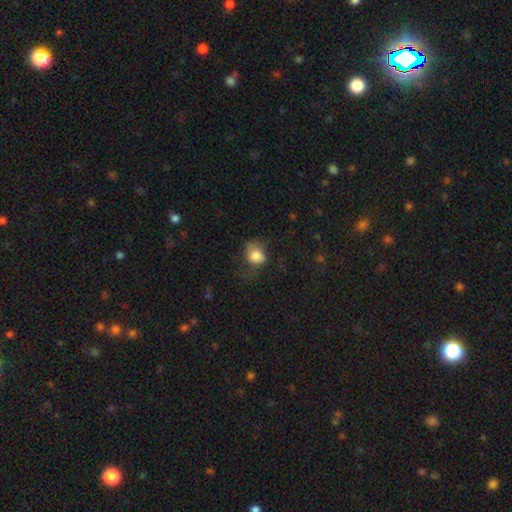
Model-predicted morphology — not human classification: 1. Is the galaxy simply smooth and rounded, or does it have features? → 80% smooth, 11% featured or disk, 9% star or artifact.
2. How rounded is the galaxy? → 55% round, 44% in between, 1% cigar-shaped.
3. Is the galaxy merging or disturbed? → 40% none, 30% minor disturbance, 28% major disturbance, 2% merger.